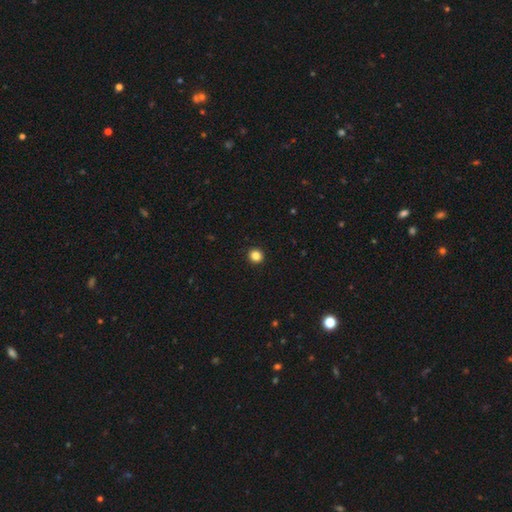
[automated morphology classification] The model was most divided on "smooth or featured": smooth: 85%, star or artifact: 11%, featured or disk: 4%. More confident: how rounded — round (94%); merging — none (94%).